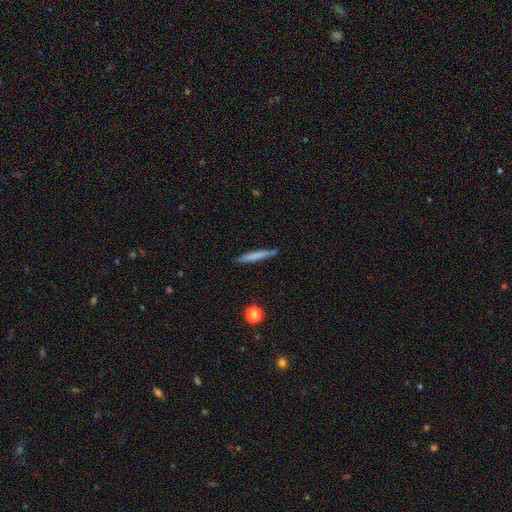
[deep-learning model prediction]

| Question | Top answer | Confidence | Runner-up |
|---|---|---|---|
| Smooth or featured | smooth | 67% | featured or disk (26%) |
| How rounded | cigar-shaped | 95% | in between (4%) |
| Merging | none | 84% | minor disturbance (11%) |